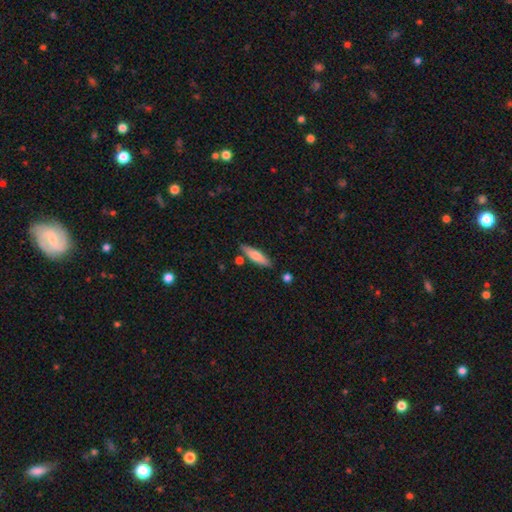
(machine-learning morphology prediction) smooth-or-featured: smooth: 65% | featured or disk: 29% | star or artifact: 6%
  how-rounded: cigar-shaped: 71% | in between: 27% | round: 2%
  merging: none: 82% | minor disturbance: 11% | merger: 5% | major disturbance: 2%